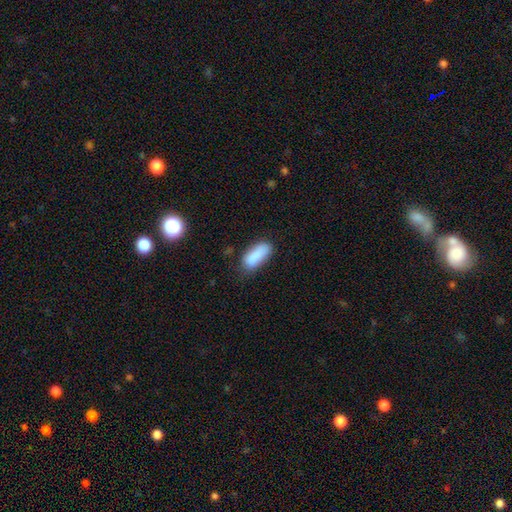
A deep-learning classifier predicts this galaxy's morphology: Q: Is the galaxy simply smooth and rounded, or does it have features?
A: smooth — 86%.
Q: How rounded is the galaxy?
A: in between — 80%.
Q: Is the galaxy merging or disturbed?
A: none — 64%.